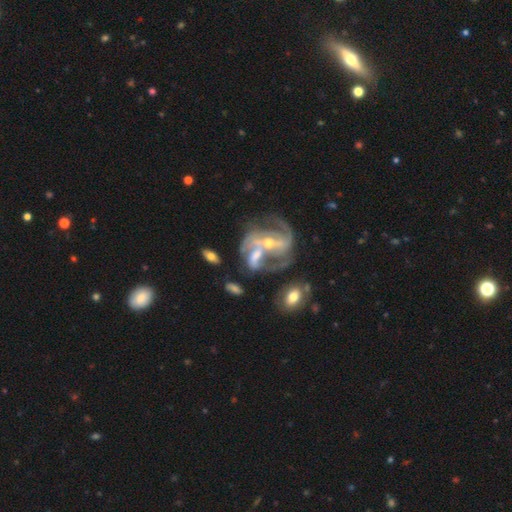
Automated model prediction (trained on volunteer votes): This is clearly a featured or disk galaxy (86%). It is clearly not viewed edge-on (97%). Bar: possibly strong (47%). Spiral arm pattern: clearly yes (91%). Spiral arm count: likely 2 (61%). Spiral winding: possibly medium (52%). Central bulge: possibly small (47%). Merging: marginally merger (36%).